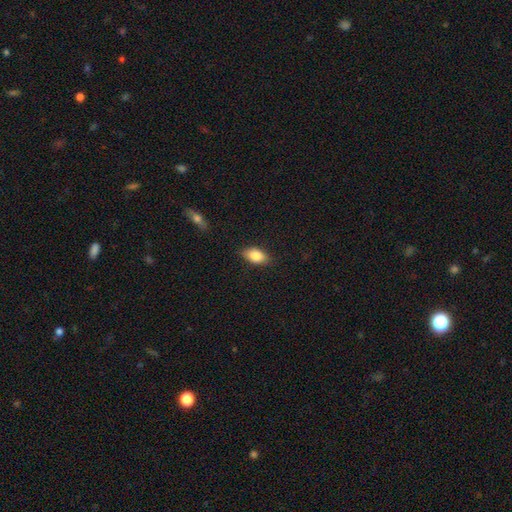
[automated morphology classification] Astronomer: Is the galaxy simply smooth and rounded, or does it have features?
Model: smooth — 83%.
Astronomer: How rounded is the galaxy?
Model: in between — 90%.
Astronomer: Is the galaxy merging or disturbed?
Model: none — 86%.